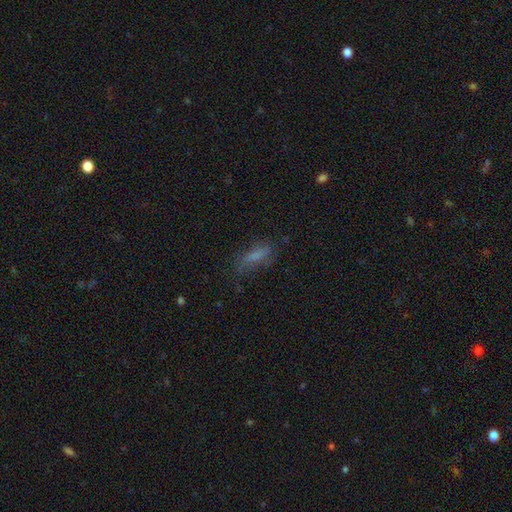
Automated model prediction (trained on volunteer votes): smooth_or_featured: smooth (p=0.68) [alt: featured or disk p=0.19]
how_rounded: in between (p=0.50) [alt: cigar-shaped p=0.47]
merging: none (p=0.61) [alt: minor disturbance p=0.24]